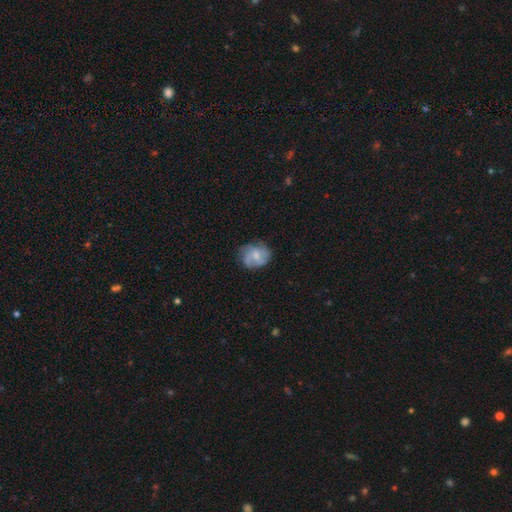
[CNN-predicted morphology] Smooth or featured?
  - featured or disk: 49% *
  - smooth: 43%
  - star or artifact: 8%
Merging?
  - none: 59% *
  - minor disturbance: 26%
  - major disturbance: 13%
  - merger: 2%